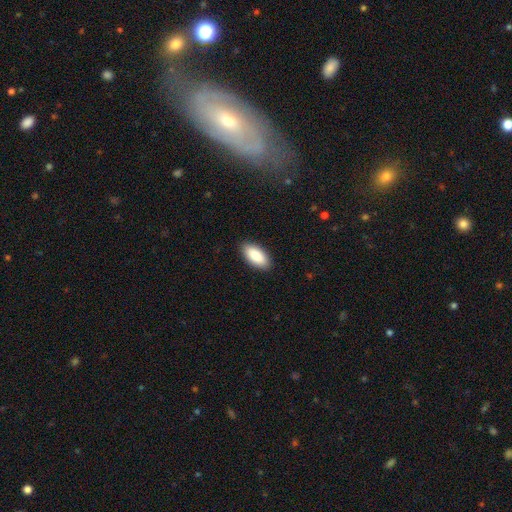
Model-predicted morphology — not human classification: Q: Smooth or featured?
A: smooth (87%); runner-up: featured or disk (7%)
Q: How rounded?
A: in between (92%); runner-up: cigar-shaped (6%)
Q: Merging?
A: none (89%); runner-up: minor disturbance (8%)